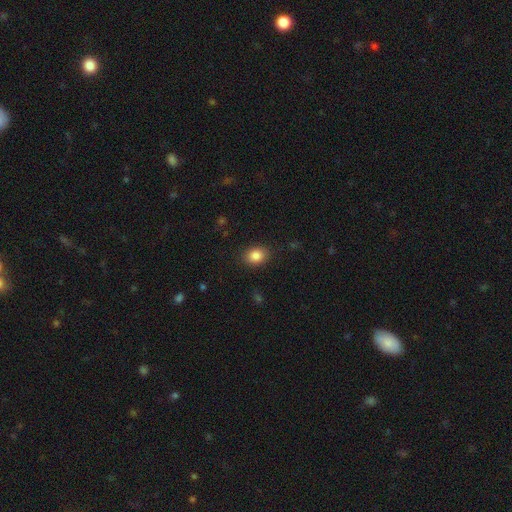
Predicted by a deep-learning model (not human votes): smooth_or_featured: smooth (p=0.85) [alt: star or artifact p=0.09]
how_rounded: in between (p=0.63) [alt: round p=0.36]
merging: none (p=0.87) [alt: minor disturbance p=0.09]